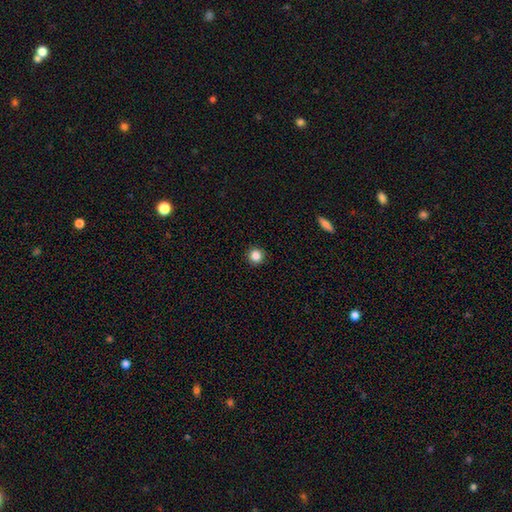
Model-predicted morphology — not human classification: This is clearly a smooth galaxy (85%). How rounded: clearly round (95%). Merging: clearly none (93%).